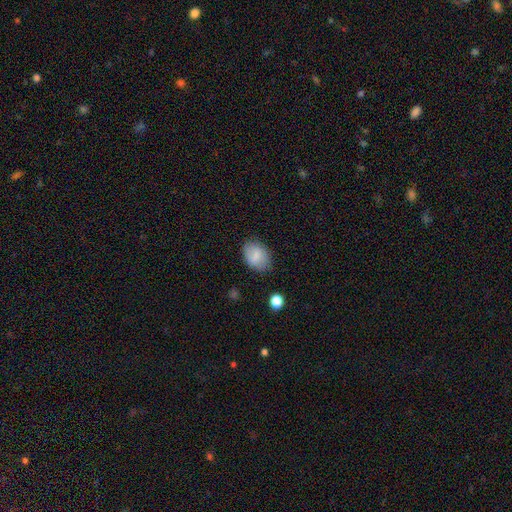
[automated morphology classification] This is likely a smooth galaxy (77%). How rounded: likely in between (78%). Merging: likely none (76%).